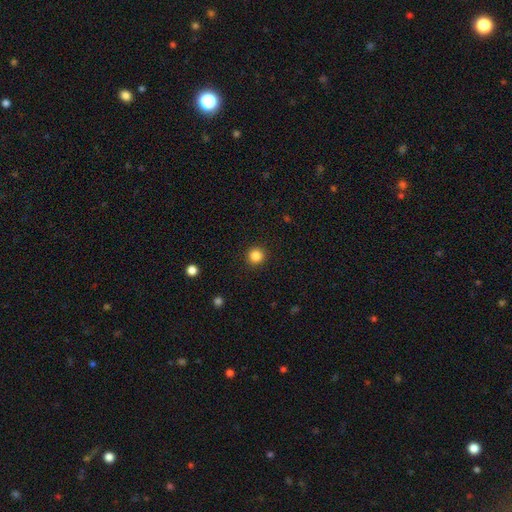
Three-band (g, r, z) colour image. It shows a smooth galaxy with no disk features (89%) that is round (94%). Merging: none (78%).